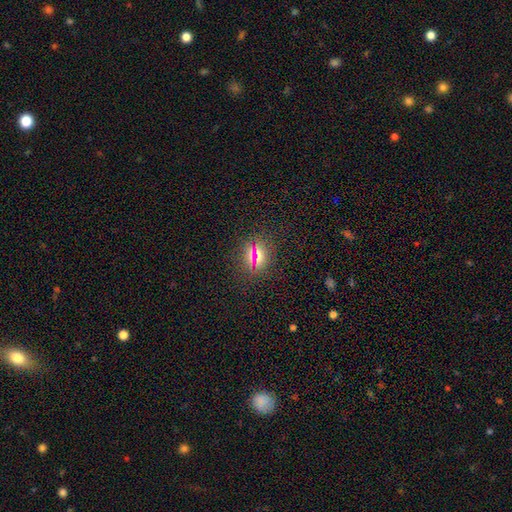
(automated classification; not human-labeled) This is possibly a smooth galaxy (53%). How rounded: likely round (62%). Merging: clearly none (82%).